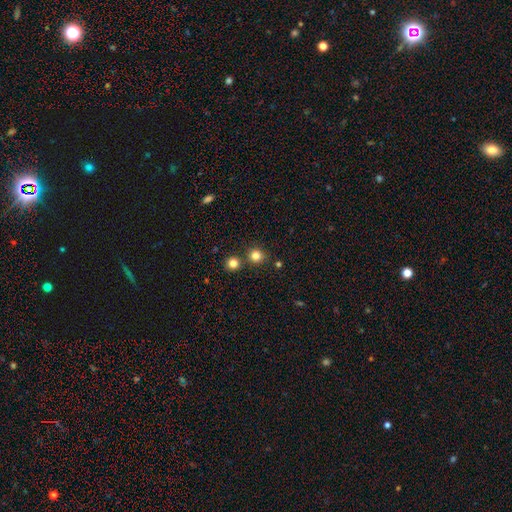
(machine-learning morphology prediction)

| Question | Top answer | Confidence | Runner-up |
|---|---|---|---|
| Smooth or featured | smooth | 81% | star or artifact (14%) |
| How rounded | round | 89% | in between (10%) |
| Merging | none | 79% | merger (11%) |